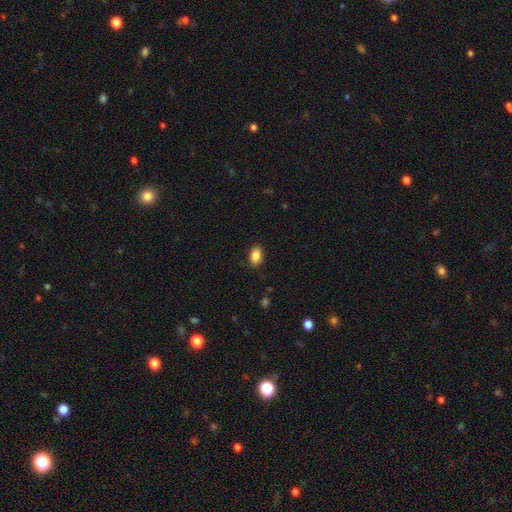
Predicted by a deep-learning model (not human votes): Q: Smooth or featured?
A: smooth (87%); runner-up: star or artifact (8%)
Q: How rounded?
A: in between (87%); runner-up: round (11%)
Q: Merging?
A: none (87%); runner-up: minor disturbance (10%)